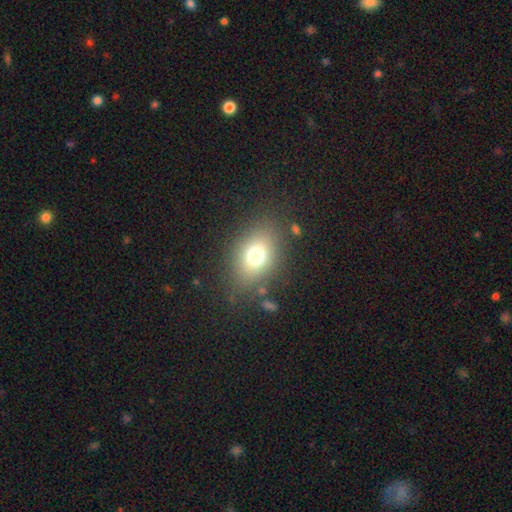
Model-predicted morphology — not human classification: Smooth or featured? Predicted: smooth (p=0.72). How rounded? Predicted: in between (p=0.64). Merging? Predicted: none (p=0.80).